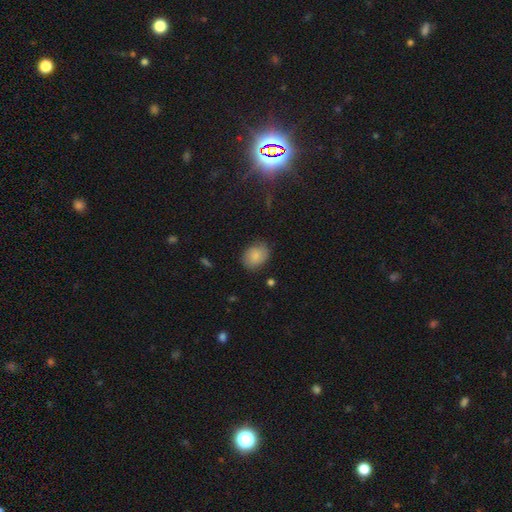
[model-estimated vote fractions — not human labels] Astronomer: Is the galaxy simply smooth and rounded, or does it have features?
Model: smooth — 81%.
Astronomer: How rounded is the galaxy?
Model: in between — 64%.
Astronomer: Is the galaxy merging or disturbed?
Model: none — 78%.